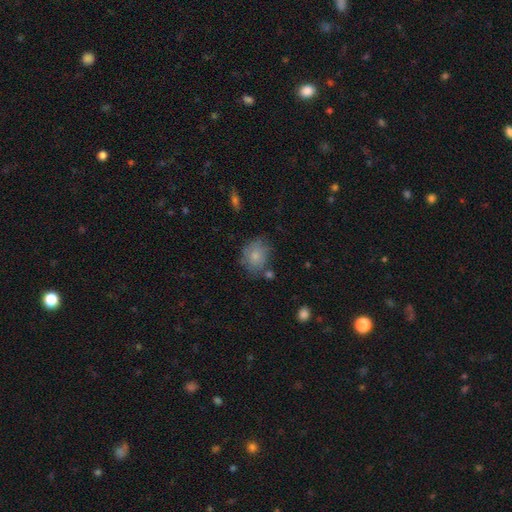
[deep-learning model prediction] A smooth galaxy with no disk features (77%) that is round (62%). Merging: none (61%).